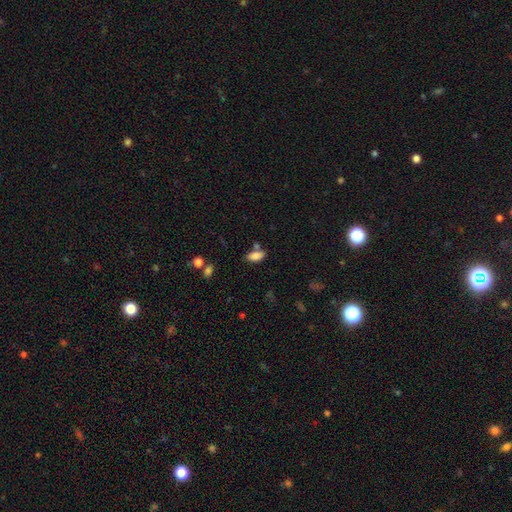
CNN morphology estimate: Smooth or featured? smooth (83%)
How rounded? in between (89%)
Merging? none (65%)